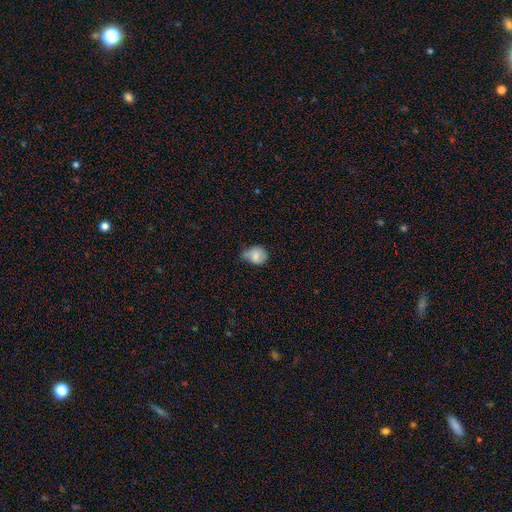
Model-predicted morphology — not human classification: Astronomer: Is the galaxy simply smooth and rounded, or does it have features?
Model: smooth — 76%.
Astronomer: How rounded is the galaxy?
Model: round — 60% (runner-up: in between, 39%).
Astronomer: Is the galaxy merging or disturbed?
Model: minor disturbance — 43% (runner-up: none, 35%).